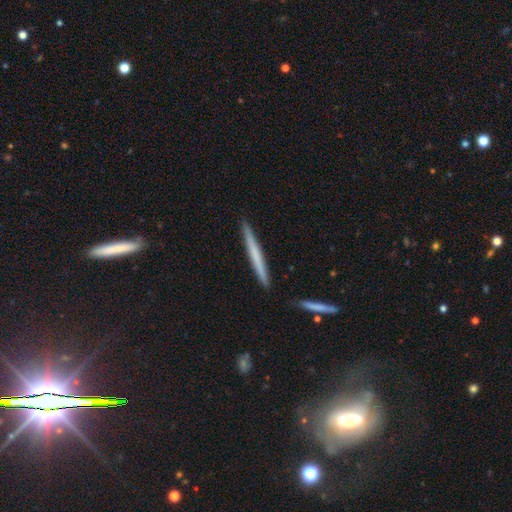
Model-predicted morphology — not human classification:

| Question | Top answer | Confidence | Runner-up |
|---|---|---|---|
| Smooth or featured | smooth | 56% | featured or disk (39%) |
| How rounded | cigar-shaped | 97% | in between (2%) |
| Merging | none | 91% | minor disturbance (6%) |